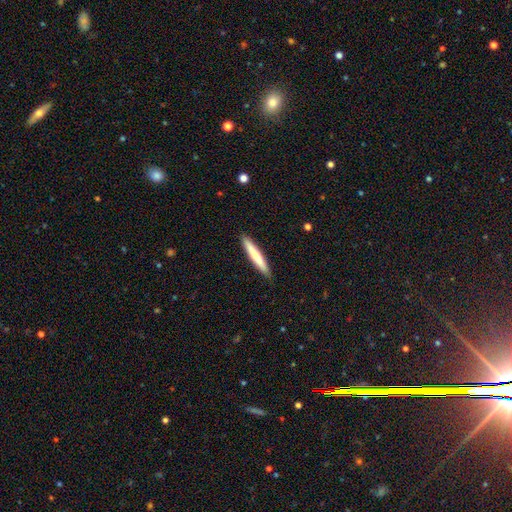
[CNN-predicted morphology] This is likely a smooth galaxy (69%). How rounded: clearly cigar-shaped (95%). Merging: clearly none (89%).